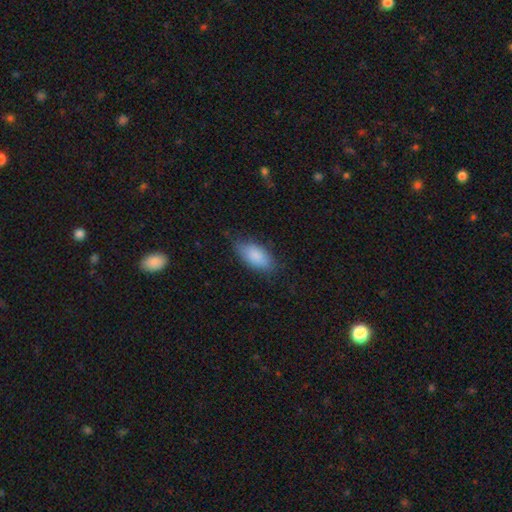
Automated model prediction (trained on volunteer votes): Smooth or featured? smooth (86%)
How rounded? in between (90%)
Merging? none (71%)